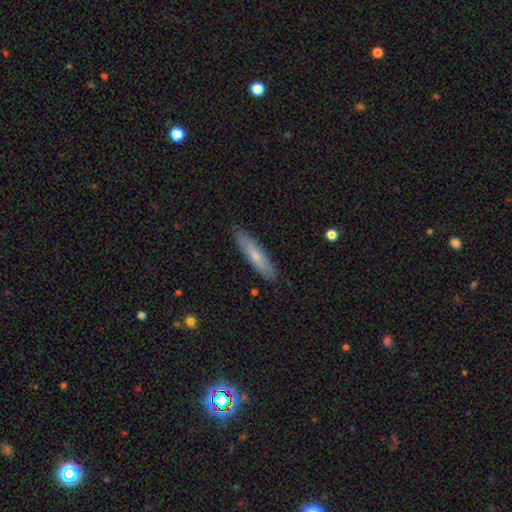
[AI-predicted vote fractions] Smooth or featured? smooth (63%)
How rounded? cigar-shaped (83%)
Merging? none (86%)